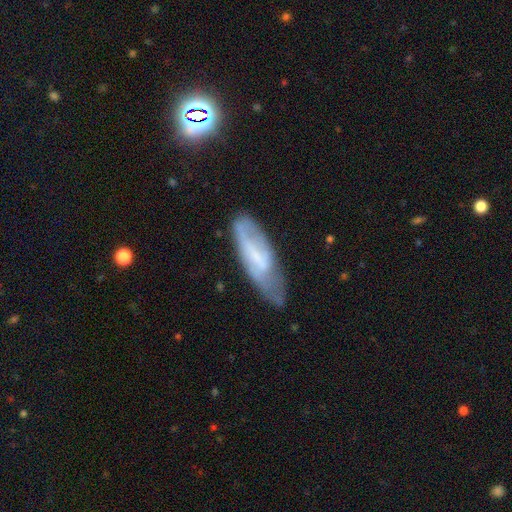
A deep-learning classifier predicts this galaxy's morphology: The model was most divided on "smooth or featured": featured or disk: 49%, smooth: 43%, star or artifact: 8%. More confident: merging — none (52%).